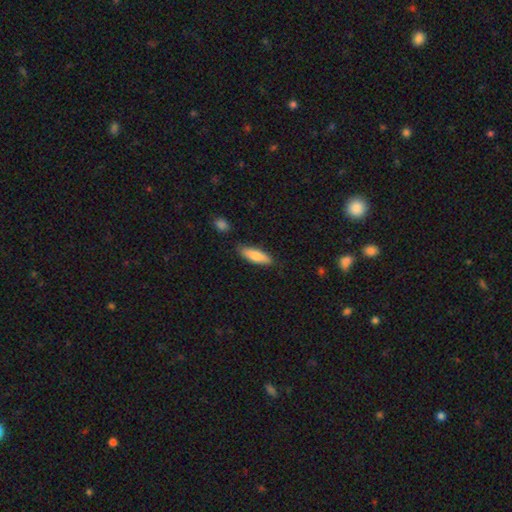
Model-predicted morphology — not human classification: Smooth or featured: smooth — 80% (featured or disk — 15%)
How rounded: cigar-shaped — 51% (in between — 48%)
Merging: none — 82% (minor disturbance — 12%)